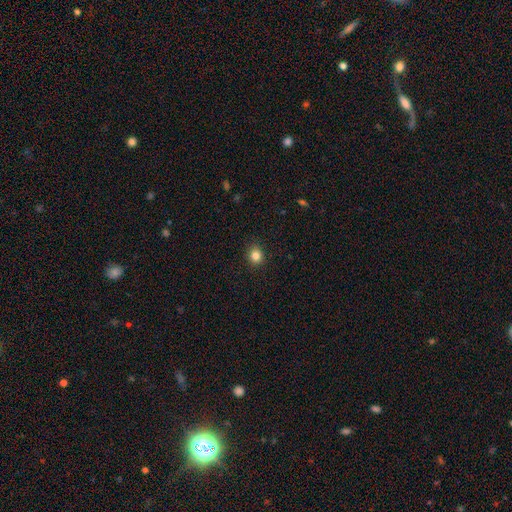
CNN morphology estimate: The model was most divided on "how rounded": round: 81%, in between: 18%, cigar-shaped: 1%. More confident: merging — none (91%); smooth or featured — smooth (83%).